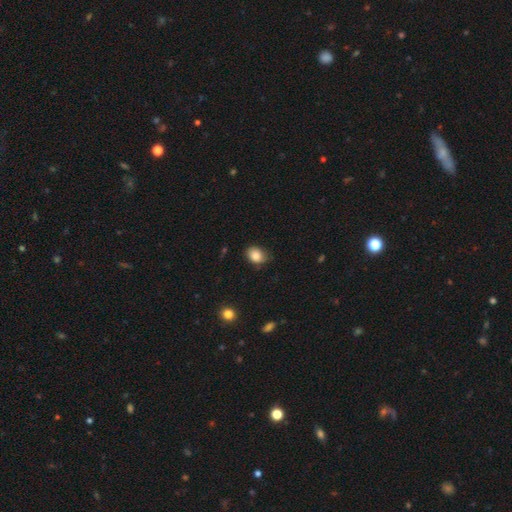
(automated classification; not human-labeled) Overall: smooth (86%). How rounded: in between (61%; round 38%). Merging: none (73%).